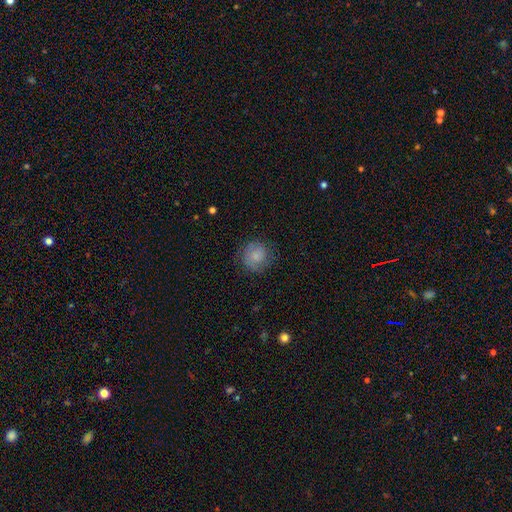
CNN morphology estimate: This is likely a smooth galaxy (79%). How rounded: clearly round (89%). Merging: likely none (75%).